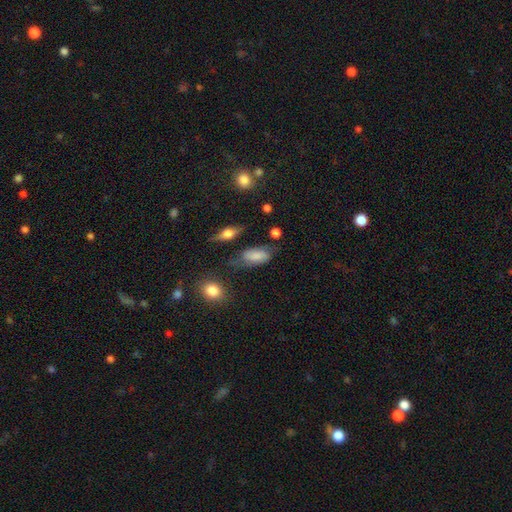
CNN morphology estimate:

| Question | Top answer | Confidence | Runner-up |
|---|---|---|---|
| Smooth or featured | smooth | 68% | featured or disk (23%) |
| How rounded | in between | 87% | cigar-shaped (8%) |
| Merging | none | 52% | minor disturbance (29%) |